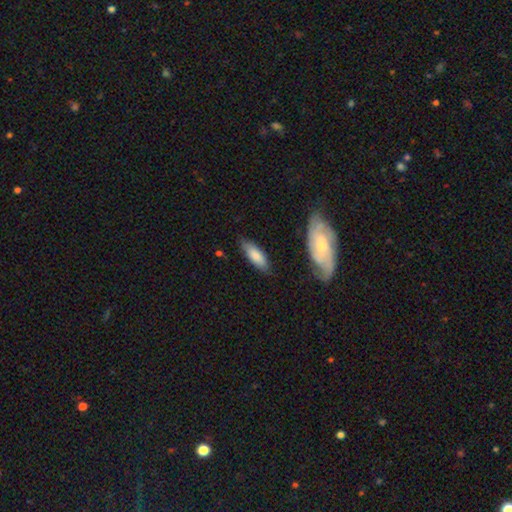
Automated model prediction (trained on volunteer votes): A smooth galaxy with no disk features (77%) that is in between round and cigar-shaped (61%). Merging: none (76%).